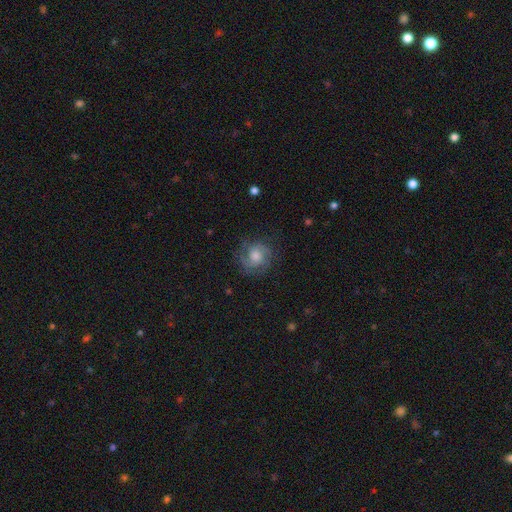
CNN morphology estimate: Smooth or featured?
  - featured or disk: 63% *
  - smooth: 26%
  - star or artifact: 11%
Edge-on disk?
  - no: 97% *
  - yes: 3%
Bar?
  - no: 69% *
  - weak: 26%
  - strong: 4%
Spiral arms?
  - yes: 91% *
  - no: 9%
Spiral winding?
  - tight: 50% *
  - medium: 39%
  - loose: 11%
Spiral arm count?
  - 2: 40% *
  - can't tell: 26%
  - 3: 20%
  - 1: 5%
  - 4: 5%
  - more than 4: 4%
Bulge size?
  - moderate: 51% *
  - large: 22%
  - small: 18%
  - none: 6%
  - dominant: 2%
Merging?
  - none: 76% *
  - minor disturbance: 15%
  - major disturbance: 8%
  - merger: 1%